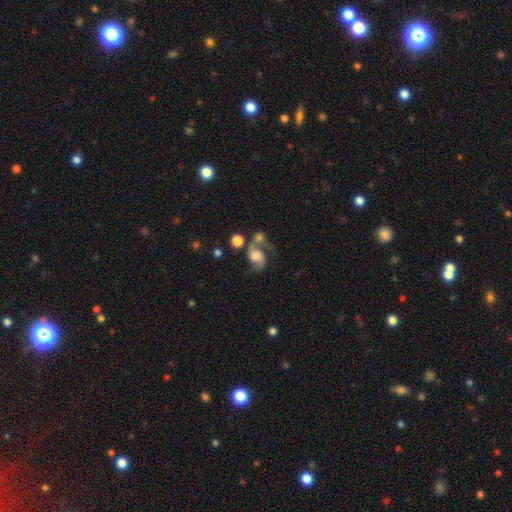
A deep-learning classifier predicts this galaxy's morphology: A featured or disk galaxy (79%) with no bar (59%), 2 (89%) medium (46%) spiral arms (95%) and a moderate central bulge (44%).

Vote fractions:
- Smooth or featured? featured or disk: 79% / smooth: 13% / star or artifact: 8%
- Edge-on disk? no: 98% / yes: 2%
- Bar? no: 59% / weak: 33% / strong: 8%
- Spiral arms? yes: 95% / no: 5%
- Spiral winding? medium: 46% / loose: 43% / tight: 11%
- Spiral arm count? 2: 89% / 1: 6% / can't tell: 3% / 3: 1% / 4: 1% / more than 4: 1%
- Bulge size? moderate: 44% / large: 24% / small: 18% / none: 12% / dominant: 3%
- Merging? none: 40% / merger: 29% / minor disturbance: 16% / major disturbance: 14%